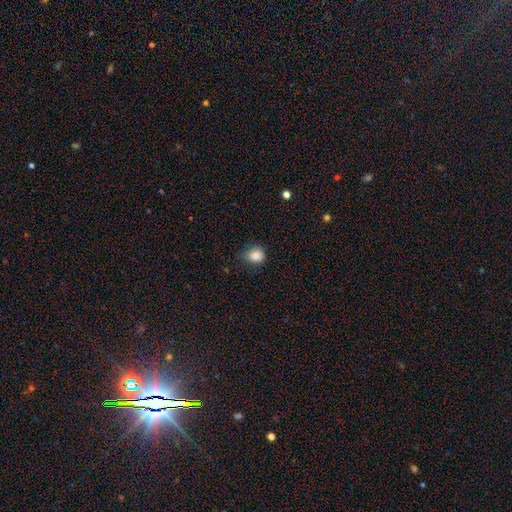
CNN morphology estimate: smooth 85%, star or artifact 10%, featured or disk 5%. Down the decision tree: how rounded — round (67%); merging — none (60%).